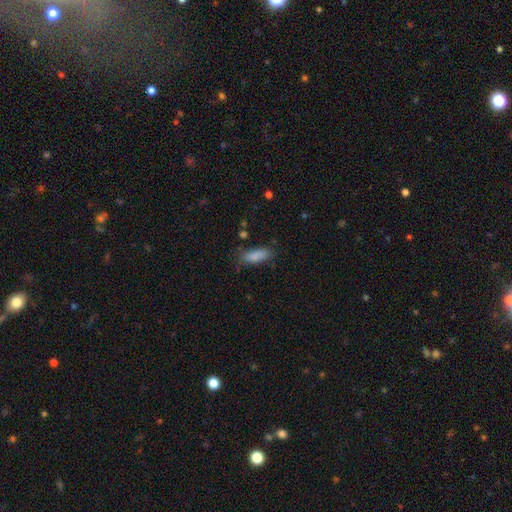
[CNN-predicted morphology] smooth-or-featured: smooth: 86% | star or artifact: 8% | featured or disk: 6%
  how-rounded: in between: 65% | cigar-shaped: 33% | round: 2%
  merging: none: 73% | minor disturbance: 19% | major disturbance: 5% | merger: 3%